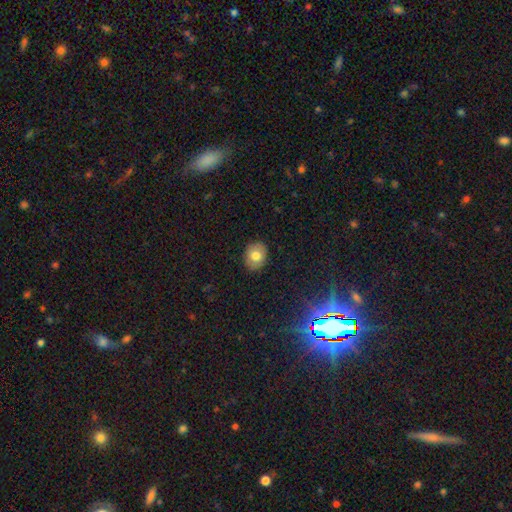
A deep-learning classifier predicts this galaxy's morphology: The model was most divided on "how rounded": in between: 53%, round: 46%, cigar-shaped: 1%. More confident: merging — none (88%); smooth or featured — smooth (76%).